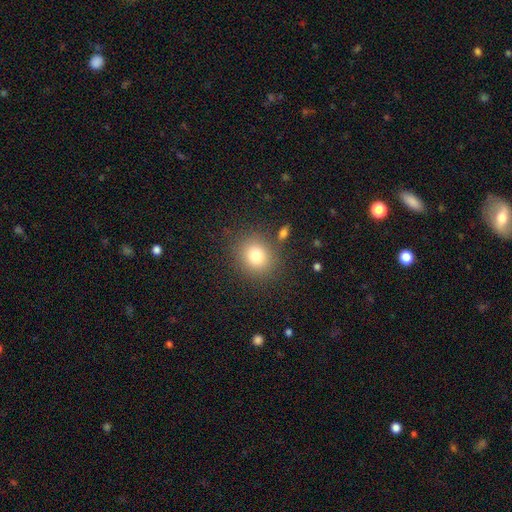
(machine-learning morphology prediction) This is likely a smooth galaxy (79%). How rounded: likely round (79%). Merging: clearly none (83%).